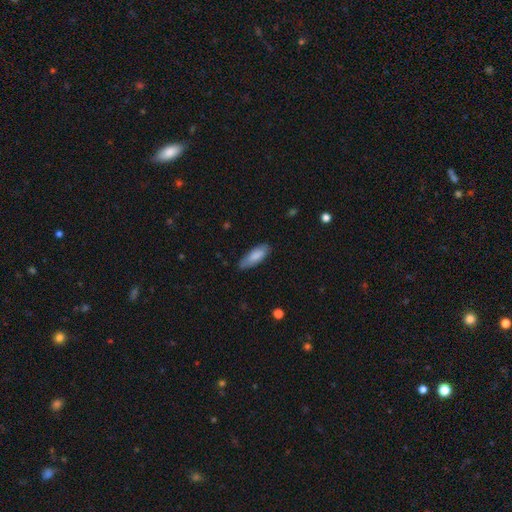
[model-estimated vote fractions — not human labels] A smooth galaxy with no disk features (83%) that is in between round and cigar-shaped (63%).

Vote fractions:
- Smooth or featured? smooth: 83% / featured or disk: 11% / star or artifact: 6%
- How rounded? in between: 63% / cigar-shaped: 35% / round: 2%
- Merging? none: 74% / minor disturbance: 21% / major disturbance: 3% / merger: 1%